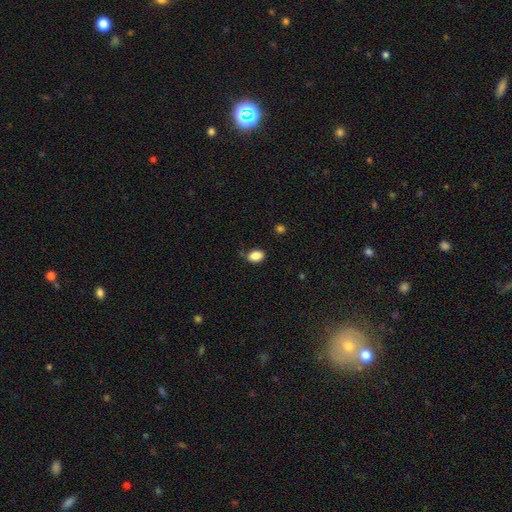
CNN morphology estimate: Q: Smooth or featured?
A: smooth (87%); runner-up: star or artifact (9%)
Q: How rounded?
A: in between (81%); runner-up: round (18%)
Q: Merging?
A: none (72%); runner-up: minor disturbance (21%)